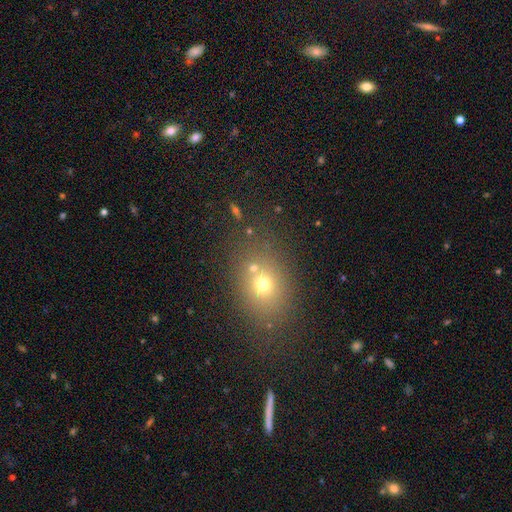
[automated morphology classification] This appears to be a smooth galaxy with no disk features (57%) that is in between round and cigar-shaped (54%). Merging: none (78%).